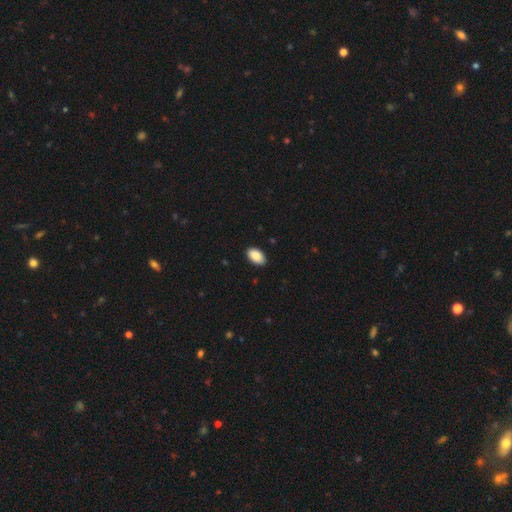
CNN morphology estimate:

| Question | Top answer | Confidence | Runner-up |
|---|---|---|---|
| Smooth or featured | smooth | 89% | star or artifact (7%) |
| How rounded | in between | 94% | round (5%) |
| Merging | none | 88% | minor disturbance (9%) |